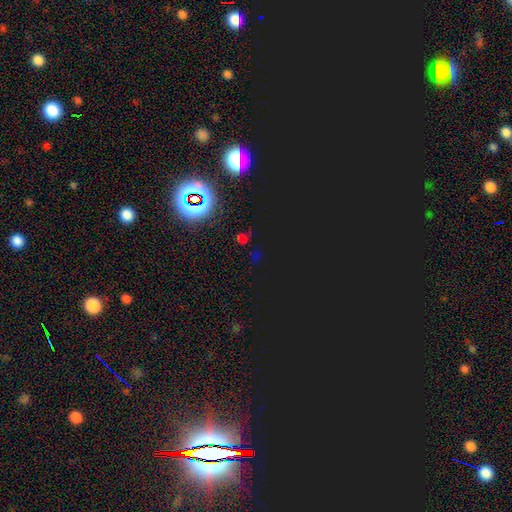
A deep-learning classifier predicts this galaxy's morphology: The model was most divided on "smooth or featured": star or artifact: 77%, smooth: 16%, featured or disk: 7%.